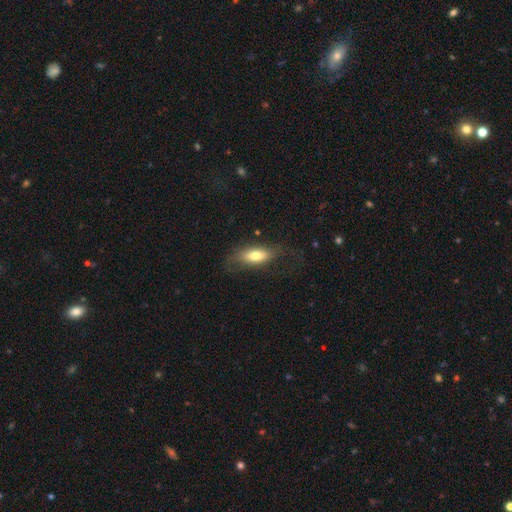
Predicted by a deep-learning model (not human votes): smooth-or-featured: smooth: 69% | featured or disk: 25% | star or artifact: 7%
  how-rounded: in between: 74% | cigar-shaped: 23% | round: 3%
  merging: none: 57% | minor disturbance: 23% | major disturbance: 18% | merger: 2%